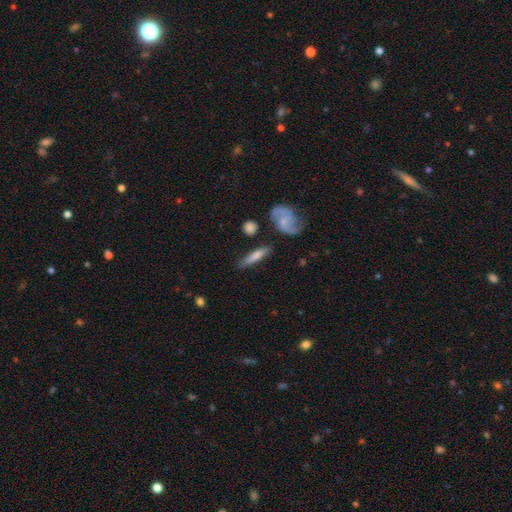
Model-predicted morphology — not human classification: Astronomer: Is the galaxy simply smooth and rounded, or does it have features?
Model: smooth — 57% (runner-up: featured or disk, 36%).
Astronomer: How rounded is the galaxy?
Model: cigar-shaped — 79%.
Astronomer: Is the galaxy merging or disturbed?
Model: none — 73%.